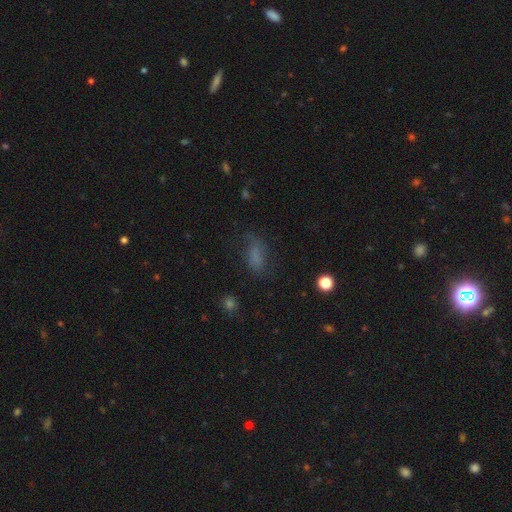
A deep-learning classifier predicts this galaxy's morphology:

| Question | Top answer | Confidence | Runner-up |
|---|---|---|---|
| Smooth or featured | smooth | 63% | star or artifact (19%) |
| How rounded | in between | 81% | round (10%) |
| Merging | none | 54% | minor disturbance (24%) |